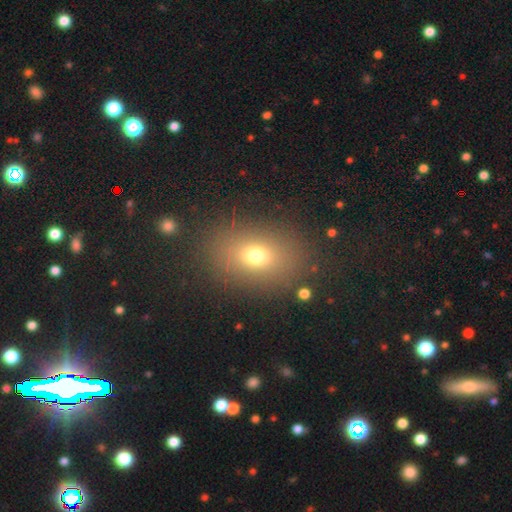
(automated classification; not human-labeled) Q: Smooth or featured?
A: smooth (70%); runner-up: star or artifact (17%)
Q: How rounded?
A: in between (65%); runner-up: round (33%)
Q: Merging?
A: none (84%); runner-up: minor disturbance (9%)